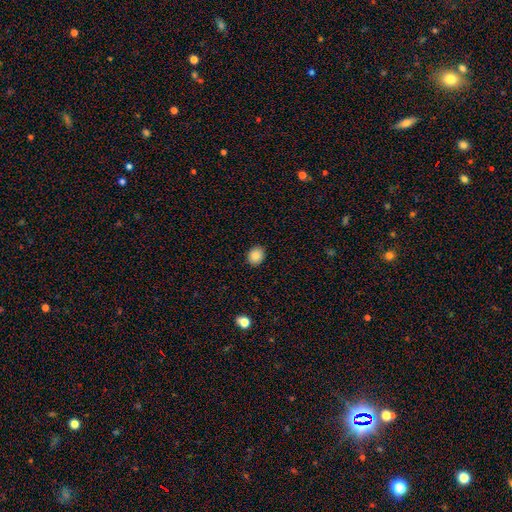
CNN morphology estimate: smooth_or_featured: smooth (p=0.87) [alt: star or artifact p=0.09]
how_rounded: round (p=0.62) [alt: in between p=0.37]
merging: none (p=0.90) [alt: minor disturbance p=0.07]